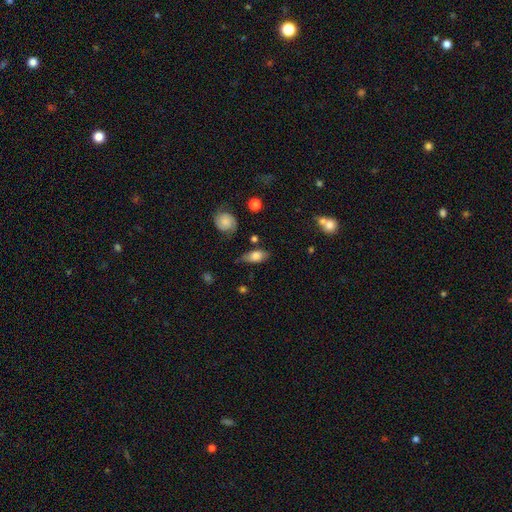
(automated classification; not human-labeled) Smooth or featured? Predicted: smooth (p=0.74). How rounded? Predicted: in between (p=0.86). Merging? Predicted: none (p=0.65).